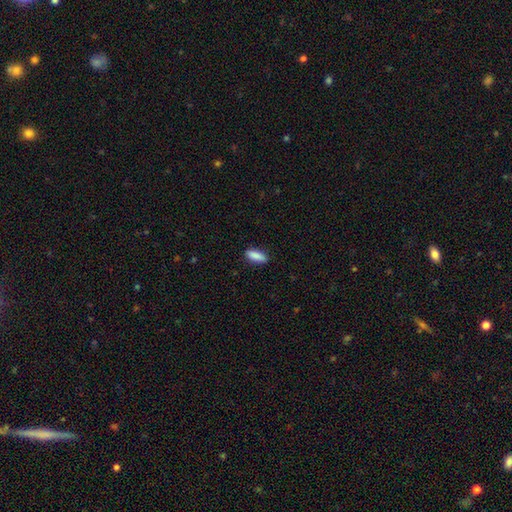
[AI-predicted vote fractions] Overall: smooth (89%). How rounded: in between (68%; cigar-shaped 29%). Merging: none (88%).